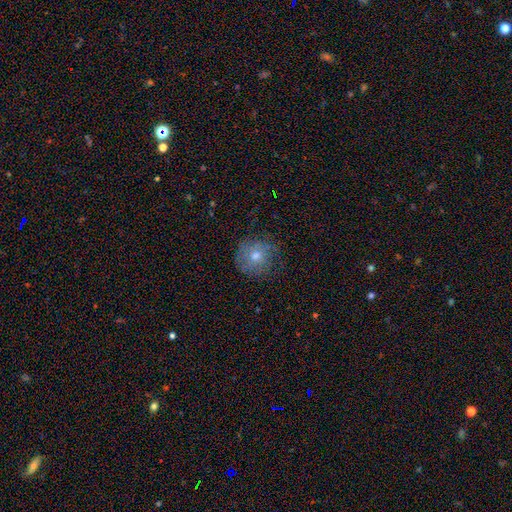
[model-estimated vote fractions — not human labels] smooth 54%, featured or disk 31%, star or artifact 16%. Down the decision tree: how rounded — round (90%); merging — none (76%).